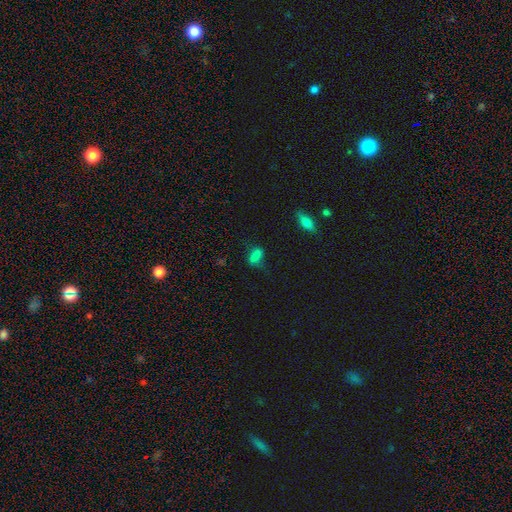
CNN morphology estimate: Q: Smooth or featured?
A: smooth (76%); runner-up: star or artifact (13%)
Q: How rounded?
A: in between (81%); runner-up: cigar-shaped (12%)
Q: Merging?
A: none (52%); runner-up: minor disturbance (30%)